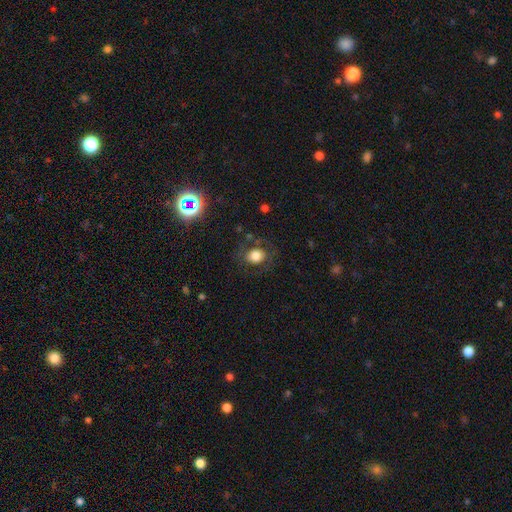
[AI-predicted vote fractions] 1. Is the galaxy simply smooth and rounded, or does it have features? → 70% smooth, 18% featured or disk, 12% star or artifact.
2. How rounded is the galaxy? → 66% round, 33% in between, 1% cigar-shaped.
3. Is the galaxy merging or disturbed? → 73% none, 15% minor disturbance, 11% major disturbance, 2% merger.